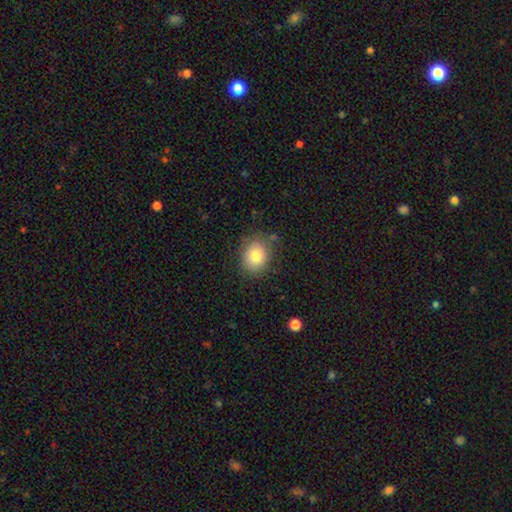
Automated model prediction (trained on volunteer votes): This appears to be a smooth galaxy with no disk features (80%) that is round (65%). Merging: none (79%).